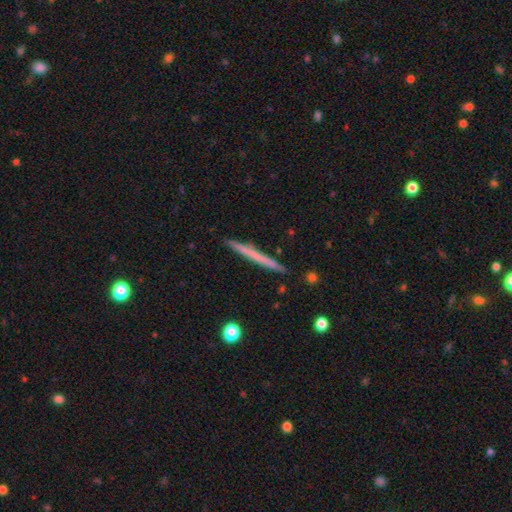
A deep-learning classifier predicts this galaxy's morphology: type=smooth (54%); roundness=cigar-shaped (97%); merging=none (91%).